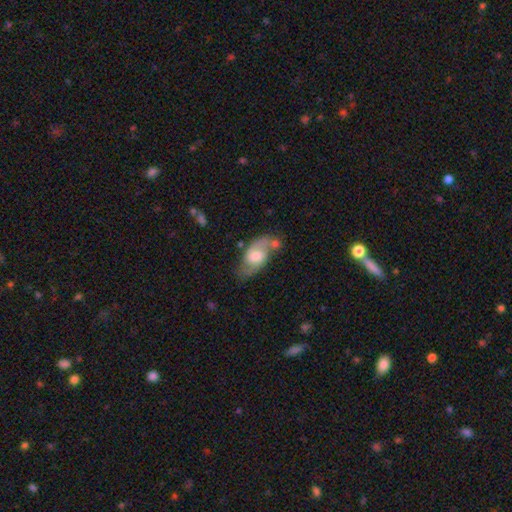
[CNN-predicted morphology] Overall: featured or disk (63%; smooth 31%). Edge-on disk: no (94%). Bar: no (52%; weak 40%). Spiral arms: yes (84%). Bulge size: moderate (51%; small 24%). Merging: none (57%; minor disturbance 22%).